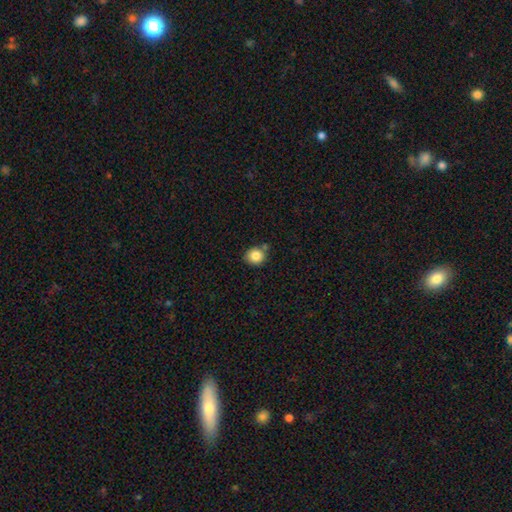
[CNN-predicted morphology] Smooth or featured?
  - smooth: 84% *
  - star or artifact: 10%
  - featured or disk: 6%
How rounded?
  - round: 83% *
  - in between: 16%
  - cigar-shaped: 1%
Merging?
  - none: 74% *
  - minor disturbance: 13%
  - merger: 10%
  - major disturbance: 3%